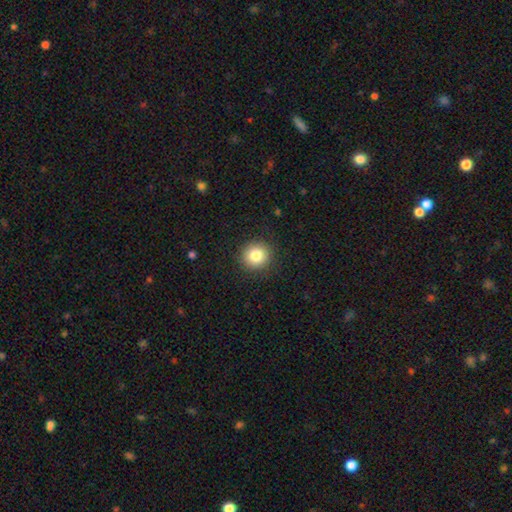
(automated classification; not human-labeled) Q: Smooth or featured?
A: smooth (84%); runner-up: star or artifact (10%)
Q: How rounded?
A: round (93%); runner-up: in between (6%)
Q: Merging?
A: none (91%); runner-up: minor disturbance (6%)